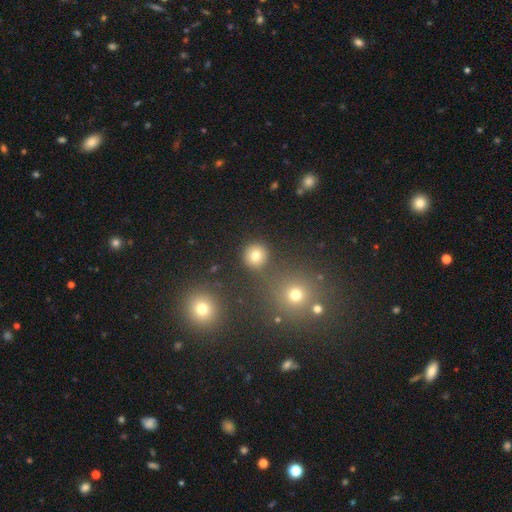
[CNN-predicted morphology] Smooth or featured? Predicted: smooth (p=0.79). How rounded? Predicted: round (p=0.93). Merging? Predicted: none (p=0.87).